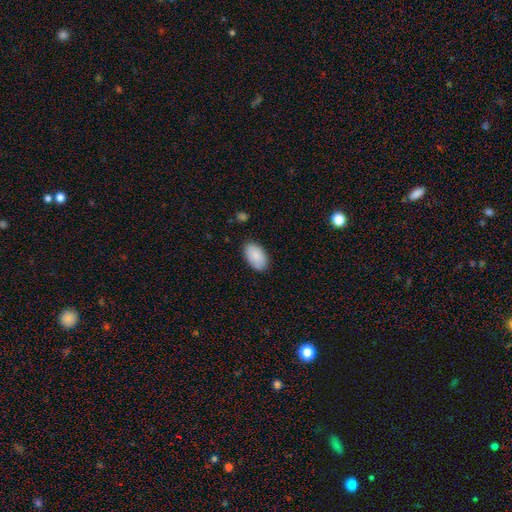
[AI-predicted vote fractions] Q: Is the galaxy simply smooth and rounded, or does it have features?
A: smooth — 87%.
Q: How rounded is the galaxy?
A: in between — 95%.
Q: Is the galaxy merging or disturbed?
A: none — 85%.